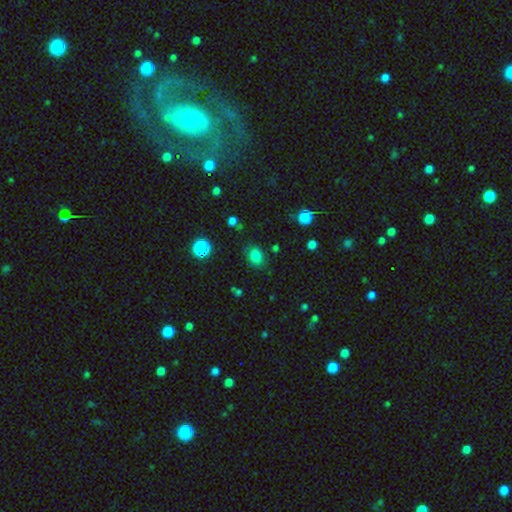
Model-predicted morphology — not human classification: Smooth or featured? Predicted: smooth (p=0.78). How rounded? Predicted: in between (p=0.60). Merging? Predicted: none (p=0.78).